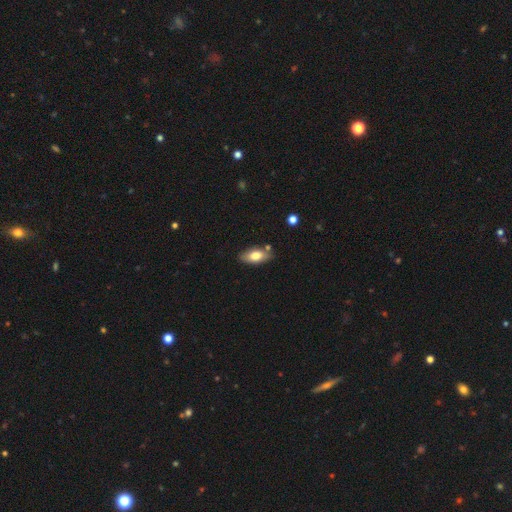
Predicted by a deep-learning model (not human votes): smooth 75%, featured or disk 18%, star or artifact 7%. Down the decision tree: how rounded — in between (90%); merging — none (78%).